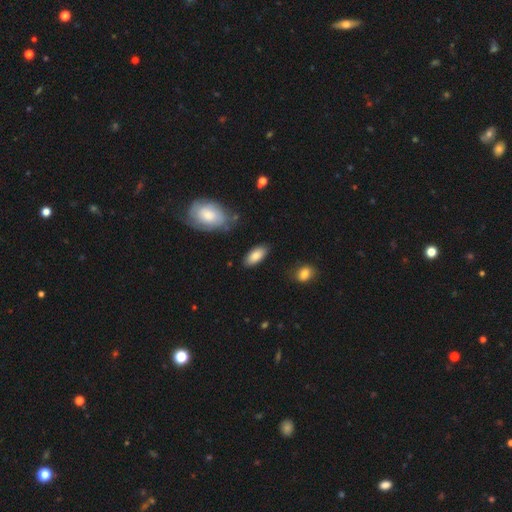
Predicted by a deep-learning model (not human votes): Smooth or featured: smooth — 85% (featured or disk — 8%)
How rounded: in between — 90% (cigar-shaped — 8%)
Merging: none — 83% (minor disturbance — 12%)